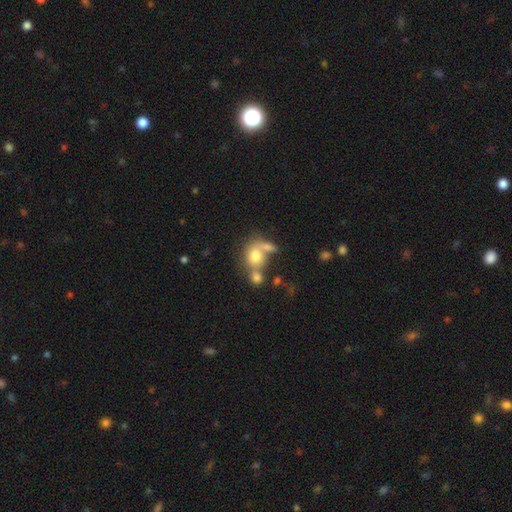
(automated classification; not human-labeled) Smooth or featured?
  - smooth: 73% *
  - featured or disk: 16%
  - star or artifact: 11%
How rounded?
  - round: 62% *
  - in between: 37%
  - cigar-shaped: 2%
Merging?
  - merger: 47% *
  - none: 32%
  - minor disturbance: 11%
  - major disturbance: 9%